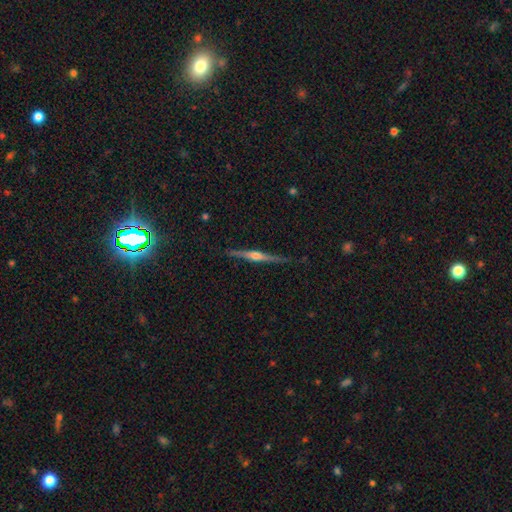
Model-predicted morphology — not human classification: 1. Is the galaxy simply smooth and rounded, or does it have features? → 77% featured or disk, 17% smooth, 6% star or artifact.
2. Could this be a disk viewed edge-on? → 98% yes, 2% no.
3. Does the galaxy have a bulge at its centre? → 89% rounded, 5% none, 5% boxy.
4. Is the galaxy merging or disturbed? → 85% none, 12% minor disturbance, 2% major disturbance, 1% merger.